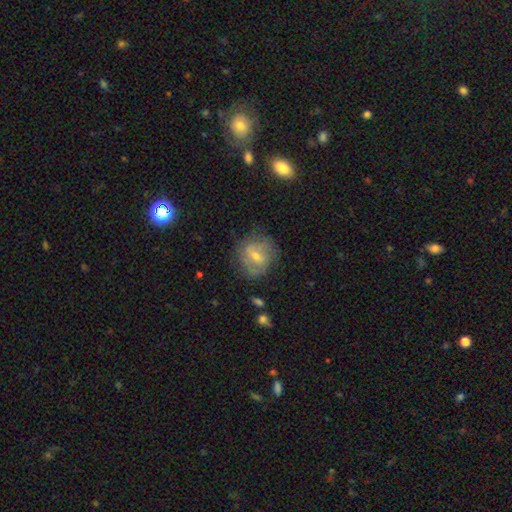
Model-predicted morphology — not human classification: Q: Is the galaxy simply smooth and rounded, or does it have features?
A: featured or disk — 63%.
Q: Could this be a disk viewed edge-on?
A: no — 96%.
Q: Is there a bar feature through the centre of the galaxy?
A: weak — 50%.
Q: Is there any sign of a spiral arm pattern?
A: yes — 71%.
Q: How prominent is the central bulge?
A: small — 50%.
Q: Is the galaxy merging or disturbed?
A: none — 70%.